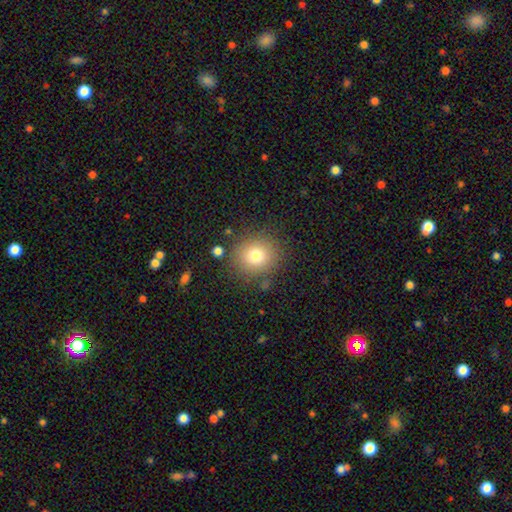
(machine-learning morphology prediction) Smooth or featured? smooth (77%)
How rounded? round (85%)
Merging? none (83%)